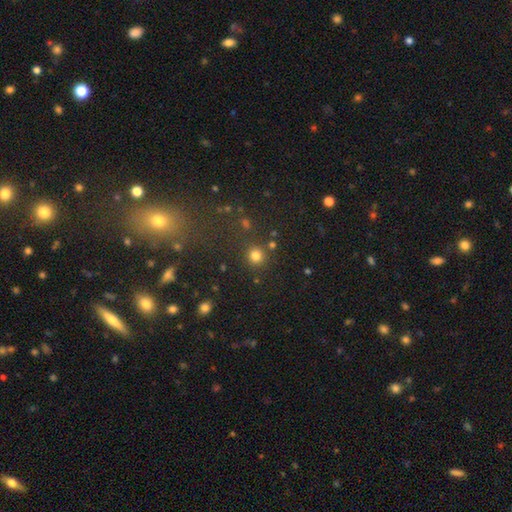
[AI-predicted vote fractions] The model was most divided on "smooth or featured": smooth: 79%, star or artifact: 16%, featured or disk: 5%. More confident: how rounded — round (93%); merging — none (85%).